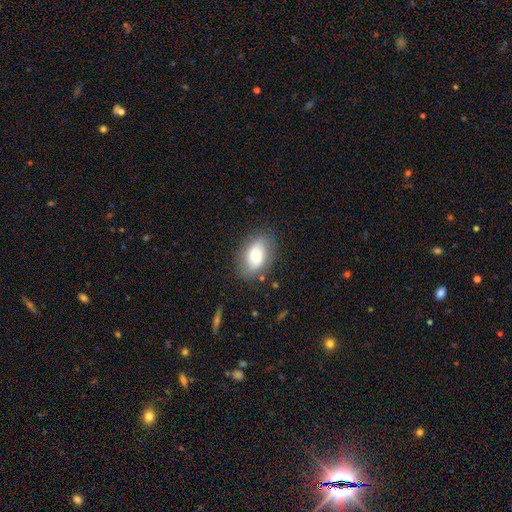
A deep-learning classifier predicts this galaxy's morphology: Smooth or featured? Predicted: smooth (p=0.71). How rounded? Predicted: in between (p=0.89). Merging? Predicted: none (p=0.73).